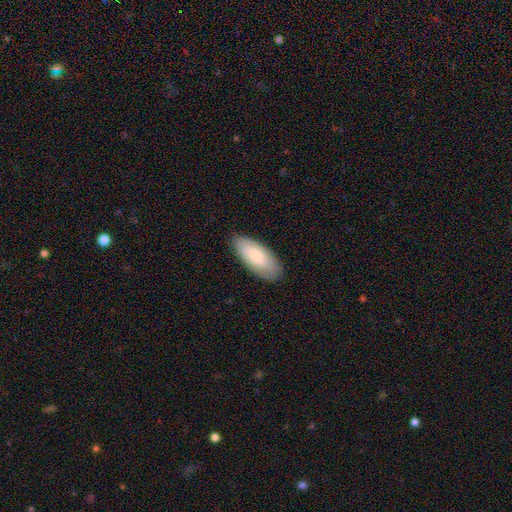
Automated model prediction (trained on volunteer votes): This appears to be a smooth galaxy with no disk features (76%) that is in between round and cigar-shaped (87%). Merging: none (85%).